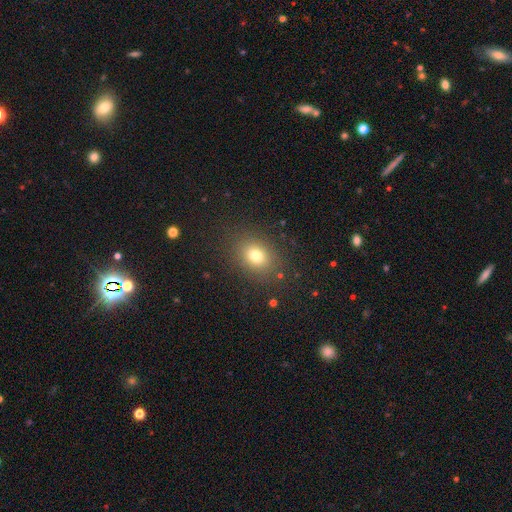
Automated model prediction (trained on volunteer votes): Q: Smooth or featured?
A: smooth (75%); runner-up: star or artifact (15%)
Q: How rounded?
A: round (51%); runner-up: in between (48%)
Q: Merging?
A: none (85%); runner-up: minor disturbance (9%)